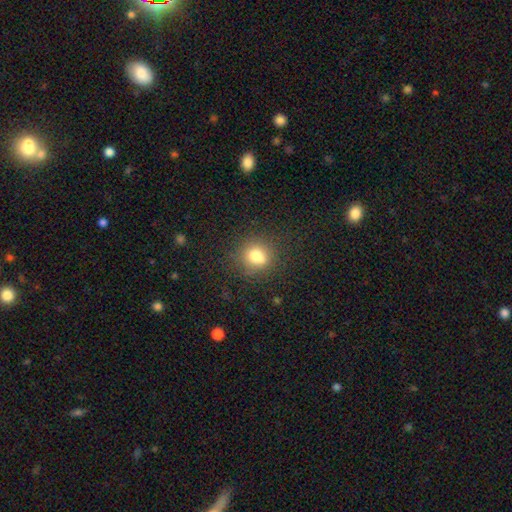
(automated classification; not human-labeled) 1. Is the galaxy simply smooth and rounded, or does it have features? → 79% smooth, 14% star or artifact, 7% featured or disk.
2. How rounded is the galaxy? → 73% round, 25% in between, 1% cigar-shaped.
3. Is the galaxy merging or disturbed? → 80% none, 13% minor disturbance, 5% major disturbance, 2% merger.